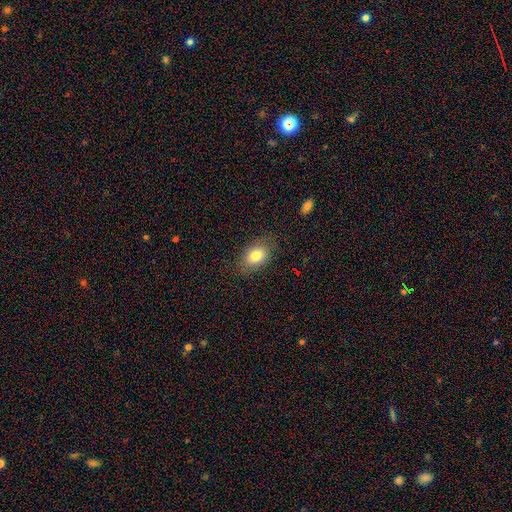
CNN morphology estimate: Smooth or featured?
  - smooth: 80% *
  - featured or disk: 11%
  - star or artifact: 9%
How rounded?
  - in between: 78% *
  - round: 20%
  - cigar-shaped: 1%
Merging?
  - none: 80% *
  - minor disturbance: 14%
  - major disturbance: 4%
  - merger: 1%